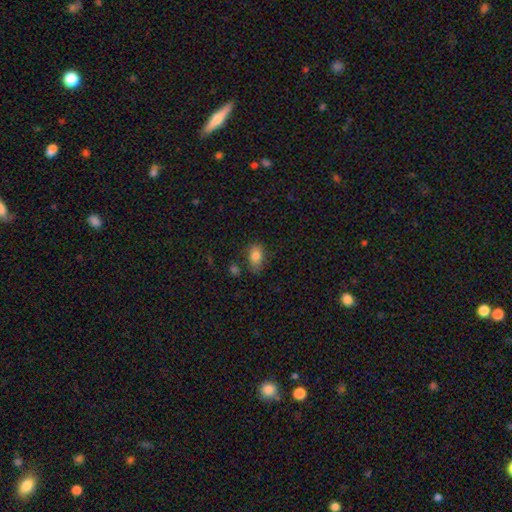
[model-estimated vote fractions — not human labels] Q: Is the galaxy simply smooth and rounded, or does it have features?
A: smooth — 82%.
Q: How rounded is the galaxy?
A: in between — 85%.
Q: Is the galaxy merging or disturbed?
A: none — 63%.